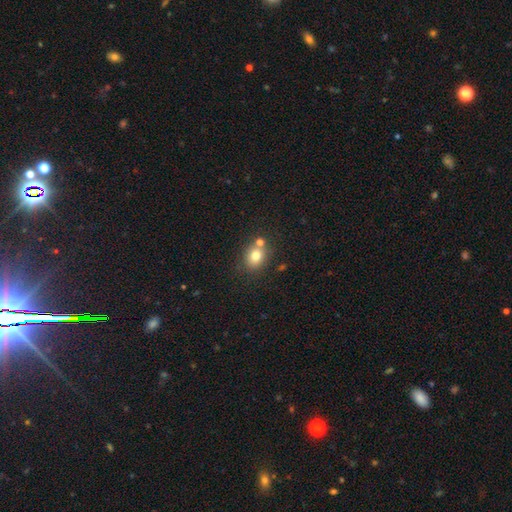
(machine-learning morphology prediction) This appears to be a smooth galaxy with no disk features (77%) that is round (56%). Merging: none (67%).